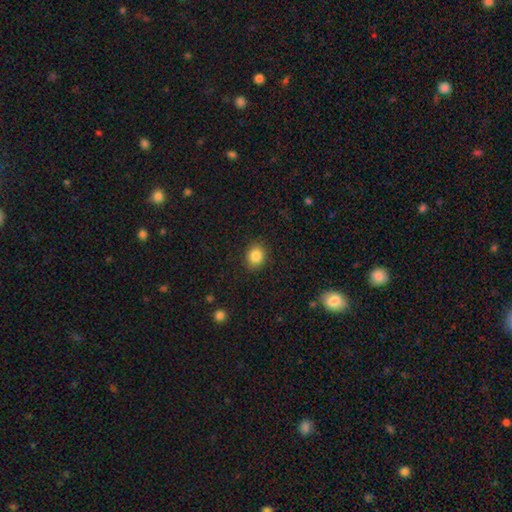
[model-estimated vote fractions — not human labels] Smooth or featured? smooth (86%)
How rounded? round (63%)
Merging? none (88%)